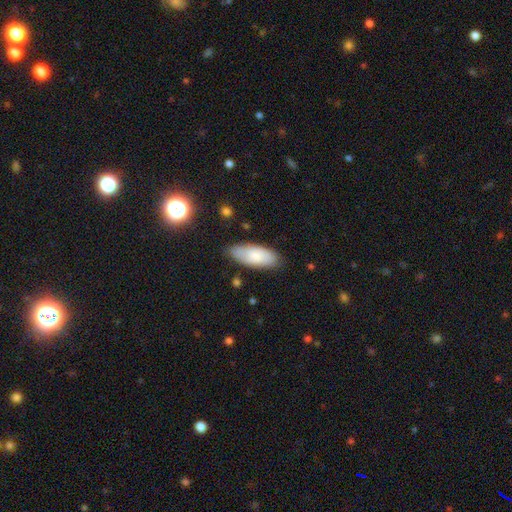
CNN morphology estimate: A smooth galaxy with no disk features (77%) that is in between round and cigar-shaped (81%). Merging: none (79%).